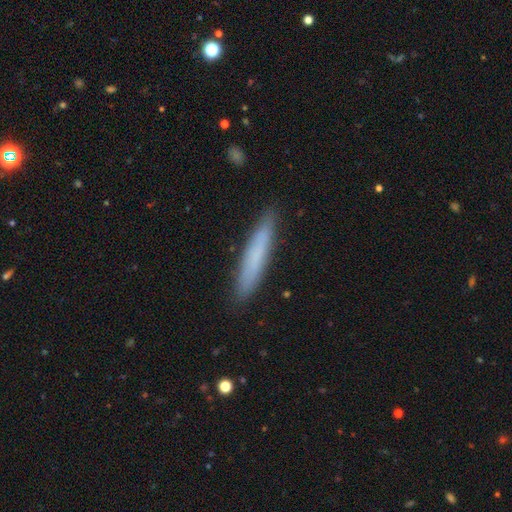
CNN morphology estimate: This appears to be a smooth galaxy with no disk features (72%) that is cigar-shaped (92%). Merging: none (89%).